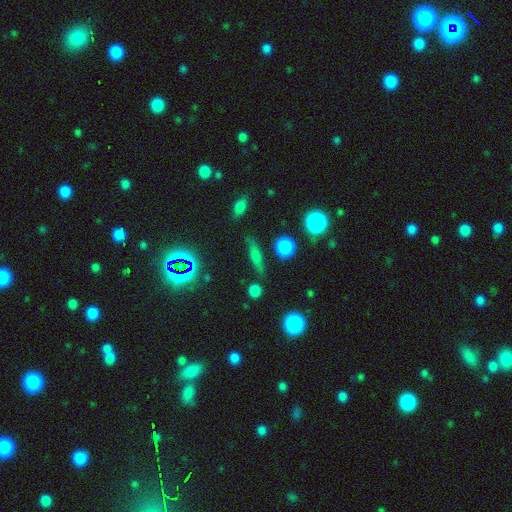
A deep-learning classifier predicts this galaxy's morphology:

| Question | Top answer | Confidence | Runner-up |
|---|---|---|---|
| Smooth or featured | smooth | 42% | featured or disk (39%) |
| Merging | none | 82% | minor disturbance (11%) |